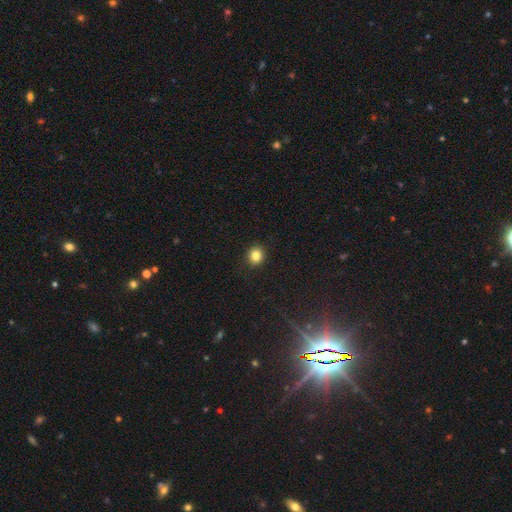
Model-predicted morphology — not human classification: This is clearly a smooth galaxy (84%). How rounded: clearly round (81%). Merging: clearly none (91%).